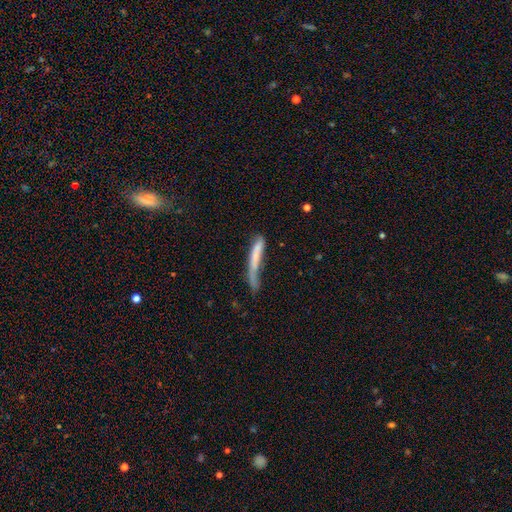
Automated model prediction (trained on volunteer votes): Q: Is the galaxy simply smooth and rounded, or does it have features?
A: smooth — 63%.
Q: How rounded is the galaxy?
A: cigar-shaped — 93%.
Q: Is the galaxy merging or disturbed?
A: none — 36%.